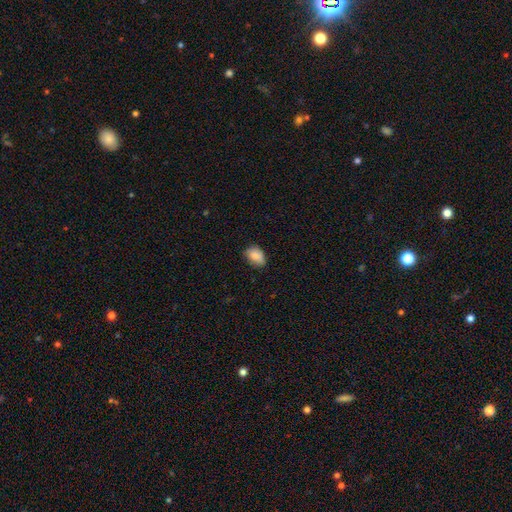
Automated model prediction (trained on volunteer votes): Overall: smooth (85%). How rounded: in between (77%). Merging: none (67%; minor disturbance 27%).